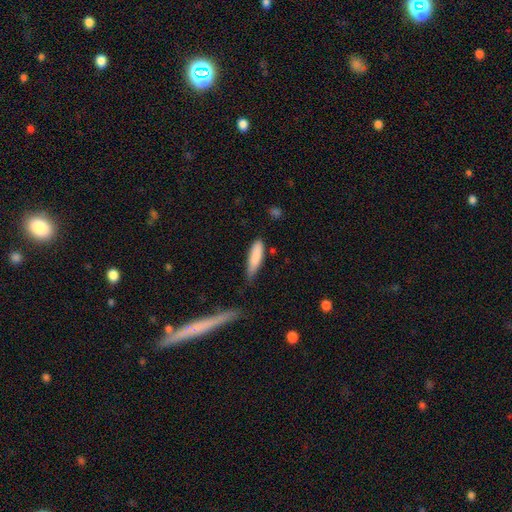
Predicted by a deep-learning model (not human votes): The model was most divided on "merging": none: 53%, minor disturbance: 36%, major disturbance: 8%, merger: 4%. More confident: smooth or featured — smooth (84%); how rounded — cigar-shaped (65%).